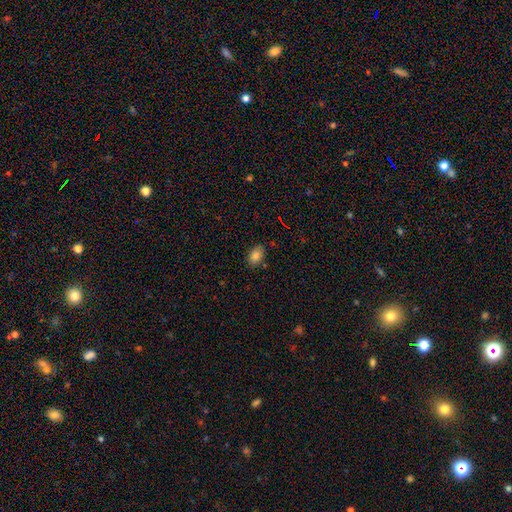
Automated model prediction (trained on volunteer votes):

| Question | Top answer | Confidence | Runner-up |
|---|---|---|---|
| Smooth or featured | smooth | 85% | star or artifact (9%) |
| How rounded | in between | 86% | round (12%) |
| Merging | none | 83% | minor disturbance (12%) |